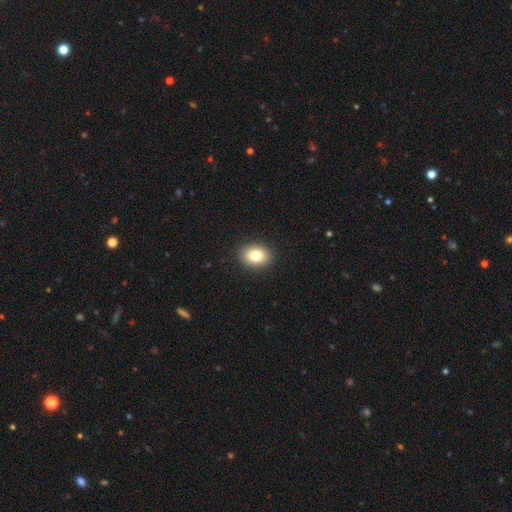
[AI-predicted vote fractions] Morphology: type=smooth (82%); roundness=in between (63%); merging=none (90%).